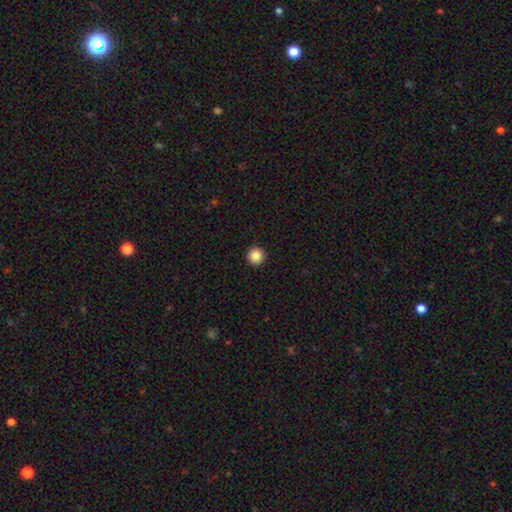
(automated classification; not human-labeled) smooth_or_featured: smooth (p=0.86) [alt: star or artifact p=0.10]
how_rounded: round (p=0.97) [alt: in between p=0.02]
merging: none (p=0.94) [alt: minor disturbance p=0.04]